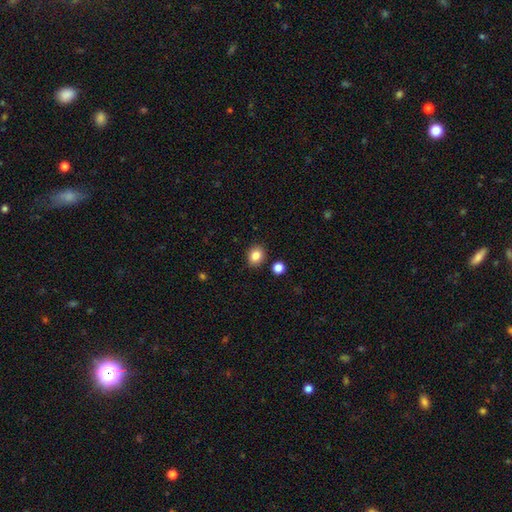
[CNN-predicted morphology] Smooth or featured: smooth — 84% (star or artifact — 10%)
How rounded: round — 60% (in between — 39%)
Merging: none — 87% (minor disturbance — 7%)